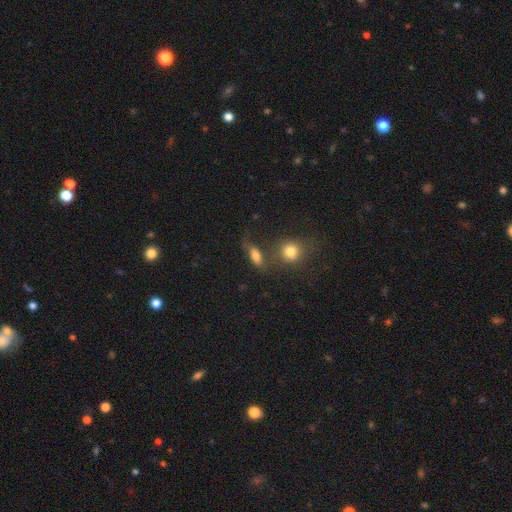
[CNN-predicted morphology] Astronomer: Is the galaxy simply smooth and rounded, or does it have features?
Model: smooth — 71%.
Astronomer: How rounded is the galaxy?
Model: in between — 65%.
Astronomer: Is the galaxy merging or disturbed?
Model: none — 49%.